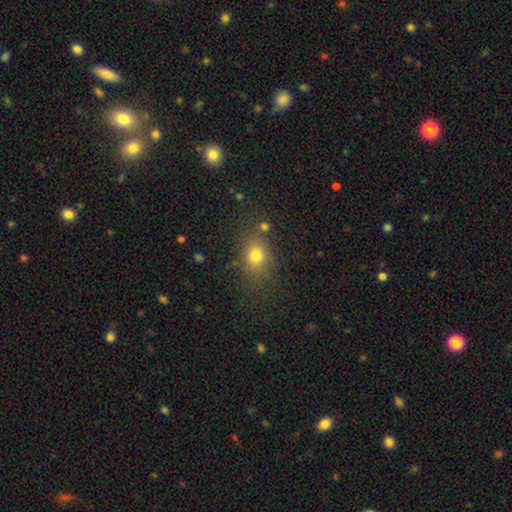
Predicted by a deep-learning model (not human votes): Smooth or featured: smooth — 77% (star or artifact — 14%)
How rounded: in between — 51% (round — 47%)
Merging: none — 75% (minor disturbance — 14%)